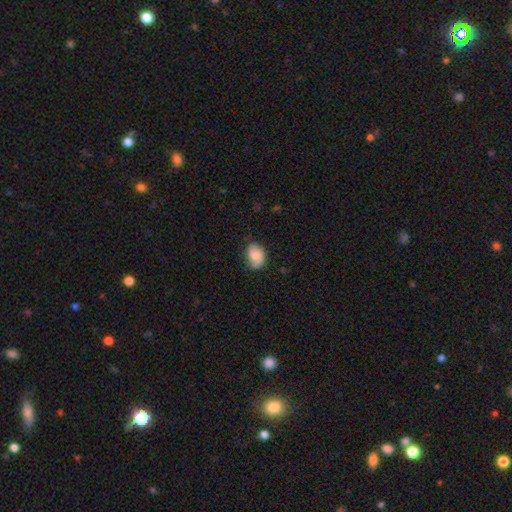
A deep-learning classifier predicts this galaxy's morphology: Smooth or featured? smooth (69%)
How rounded? in between (68%)
Merging? none (62%)